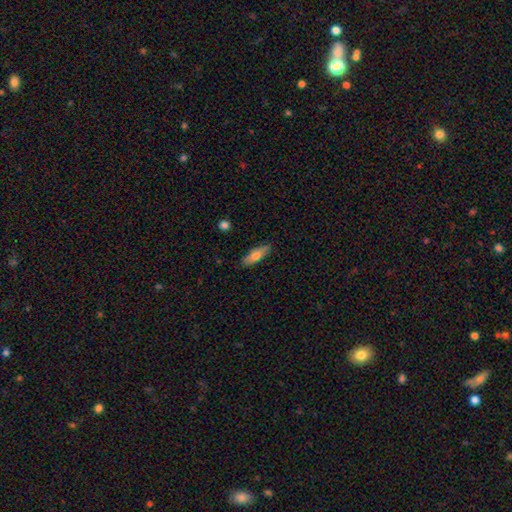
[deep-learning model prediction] This is likely a smooth galaxy (71%). How rounded: possibly in between (55%). Merging: clearly none (87%).